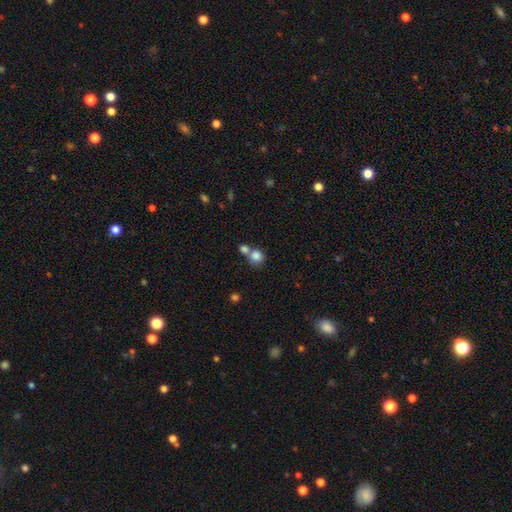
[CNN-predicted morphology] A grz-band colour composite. It shows a smooth galaxy with no disk features (83%) that is round (85%). Merging: none (45%).